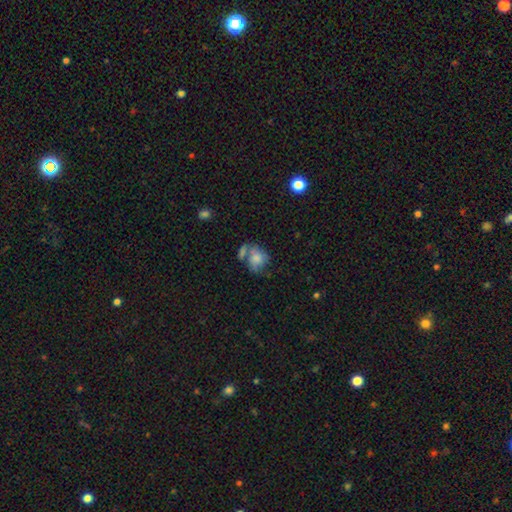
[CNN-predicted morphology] Smooth or featured? Predicted: smooth (p=0.69). How rounded? Predicted: in between (p=0.51). Merging? Predicted: merger (p=0.35).